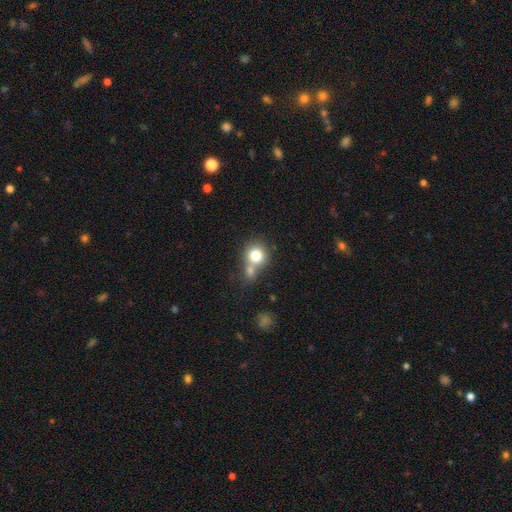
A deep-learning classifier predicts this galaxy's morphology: The model was most divided on "merging": none: 43%, merger: 42%, minor disturbance: 10%, major disturbance: 5%. More confident: how rounded — round (83%); smooth or featured — smooth (77%).